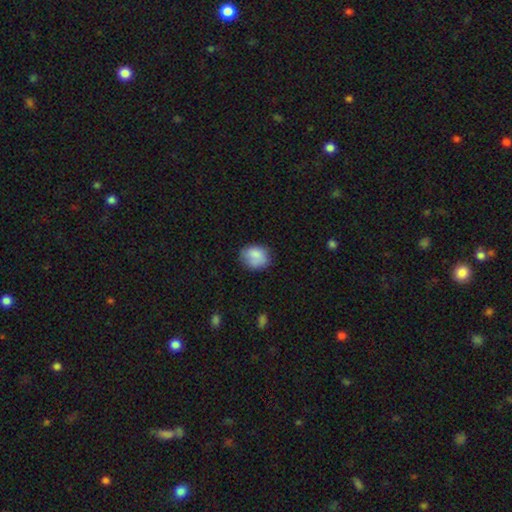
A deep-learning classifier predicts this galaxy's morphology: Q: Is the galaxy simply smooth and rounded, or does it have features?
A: smooth — 81%.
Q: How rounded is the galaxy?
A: round — 52%.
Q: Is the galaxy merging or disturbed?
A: none — 66%.